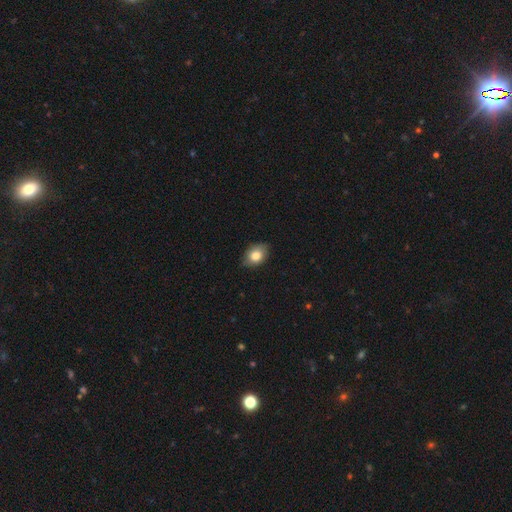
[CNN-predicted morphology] Smooth or featured?
  - smooth: 81% *
  - featured or disk: 11%
  - star or artifact: 8%
How rounded?
  - in between: 76% *
  - round: 22%
  - cigar-shaped: 1%
Merging?
  - none: 78% *
  - minor disturbance: 18%
  - major disturbance: 3%
  - merger: 1%